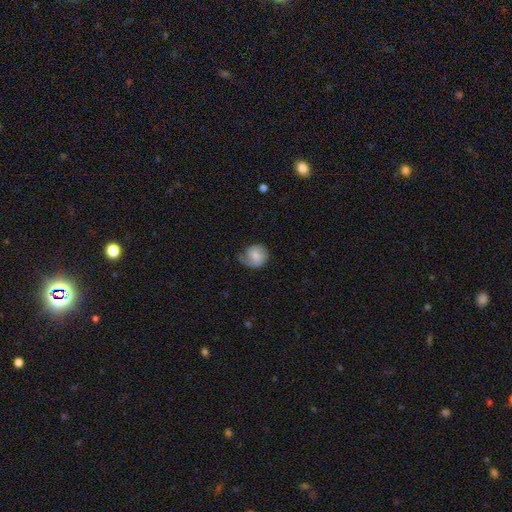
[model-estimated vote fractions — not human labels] Overall: smooth (61%; featured or disk 32%). How rounded: round (78%). Merging: none (50%; minor disturbance 33%).